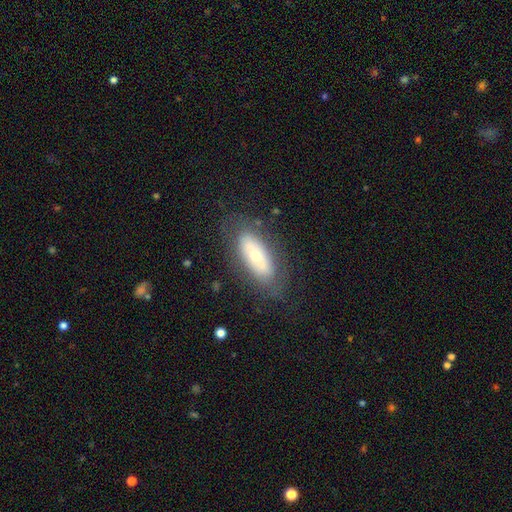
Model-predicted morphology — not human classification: Overall: smooth (52%; featured or disk 41%). How rounded: in between (78%). Merging: none (75%).